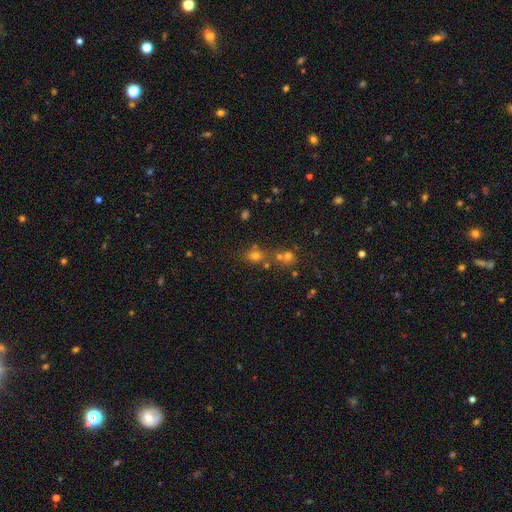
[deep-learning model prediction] smooth_or_featured: smooth (p=0.53) [alt: star or artifact p=0.35]
how_rounded: round (p=0.76) [alt: in between p=0.21]
merging: none (p=0.57) [alt: merger p=0.29]